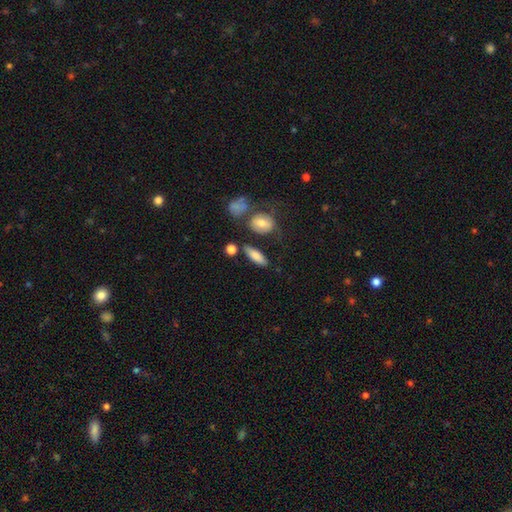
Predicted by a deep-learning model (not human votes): Smooth or featured?
  - smooth: 78% *
  - featured or disk: 14%
  - star or artifact: 7%
How rounded?
  - in between: 57% *
  - cigar-shaped: 38%
  - round: 5%
Merging?
  - none: 74% *
  - minor disturbance: 14%
  - merger: 7%
  - major disturbance: 5%